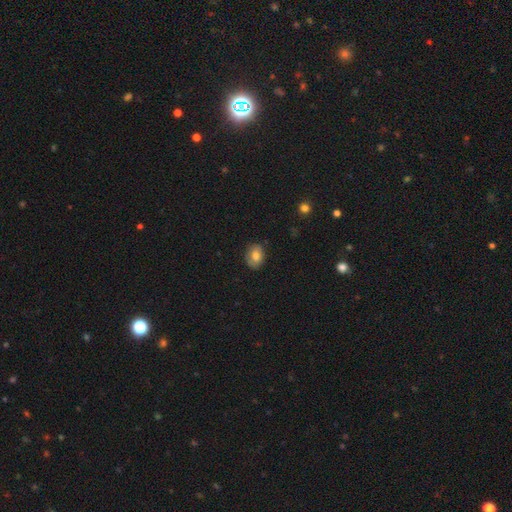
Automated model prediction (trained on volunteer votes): A smooth galaxy with no disk features (76%) that is in between round and cigar-shaped (61%).

Vote fractions:
- Smooth or featured? smooth: 76% / featured or disk: 15% / star or artifact: 9%
- How rounded? in between: 61% / round: 38% / cigar-shaped: 1%
- Merging? none: 79% / minor disturbance: 17% / major disturbance: 3% / merger: 1%